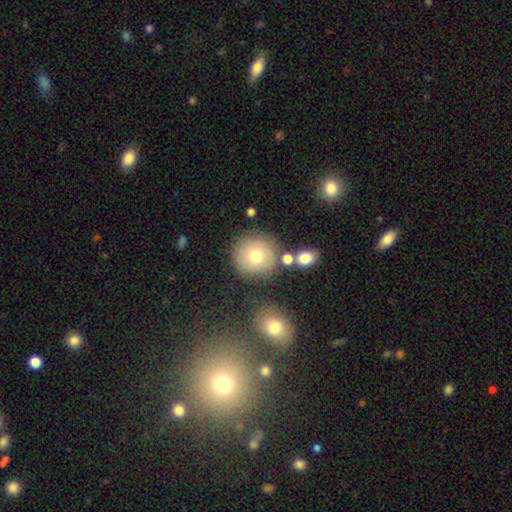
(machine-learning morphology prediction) A smooth galaxy with no disk features (74%) that is round (92%). Merging: none (78%).